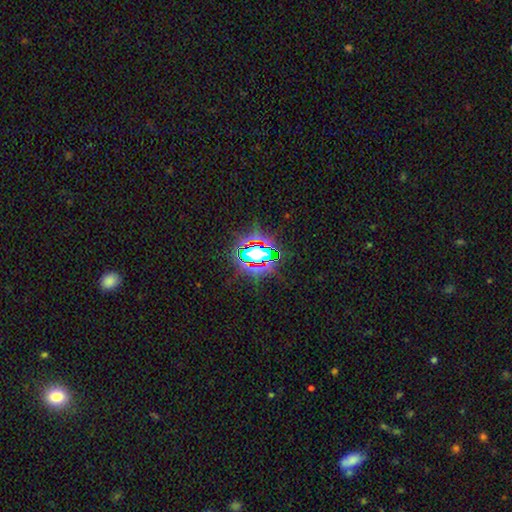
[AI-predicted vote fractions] This is likely a star or artifact rather than a galaxy (70%).